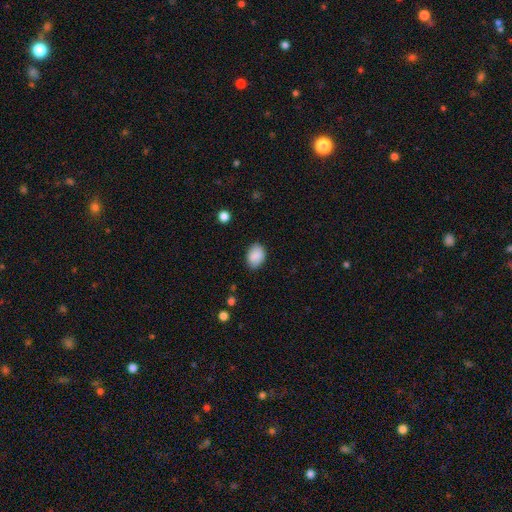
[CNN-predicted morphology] This appears to be a smooth galaxy with no disk features (88%) that is in between round and cigar-shaped (75%). Merging: none (80%).